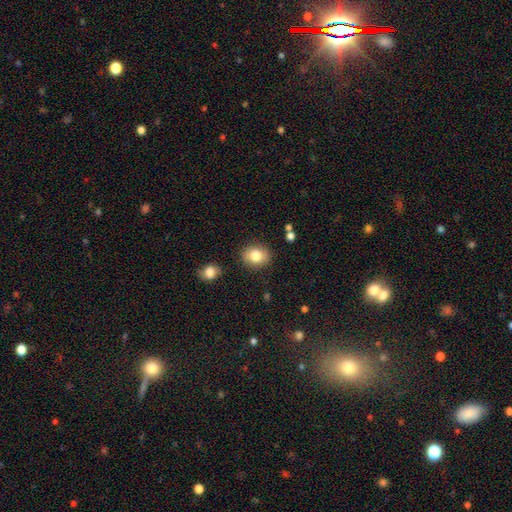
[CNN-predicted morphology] This is clearly a smooth galaxy (81%). How rounded: possibly round (56%). Merging: clearly none (85%).